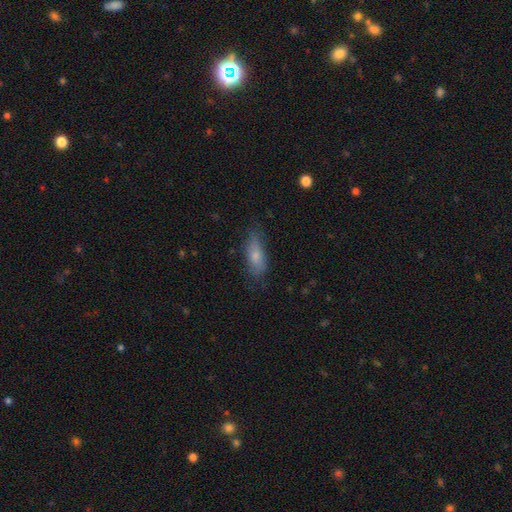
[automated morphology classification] Smooth or featured? Predicted: smooth (p=0.73). How rounded? Predicted: in between (p=0.70). Merging? Predicted: none (p=0.68).